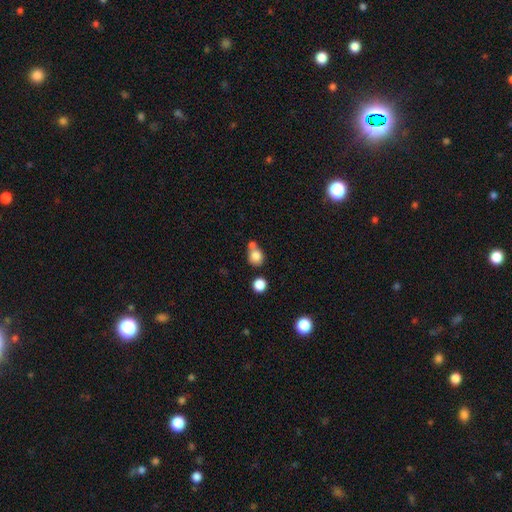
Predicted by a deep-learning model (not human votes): Overall: smooth (82%). How rounded: round (74%). Merging: none (49%; merger 36%).